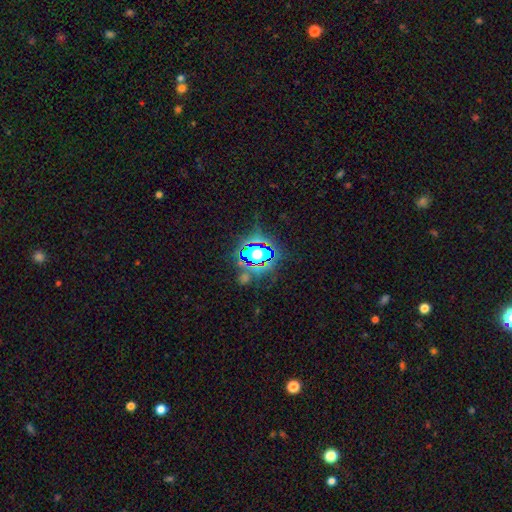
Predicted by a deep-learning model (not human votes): Smooth or featured?
  - star or artifact: 82% *
  - smooth: 11%
  - featured or disk: 7%